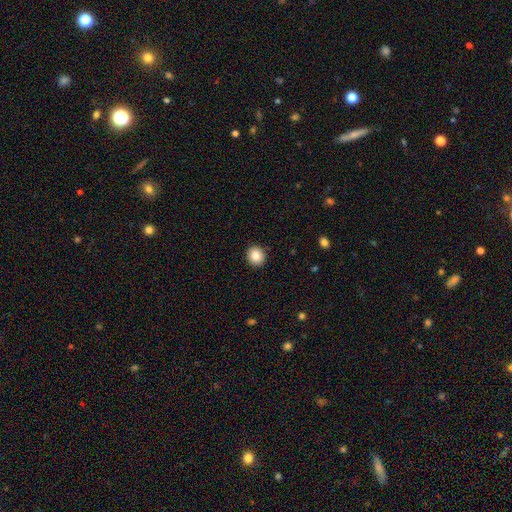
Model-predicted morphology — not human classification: This appears to be a smooth galaxy with no disk features (86%) that is round (86%). Merging: none (92%).